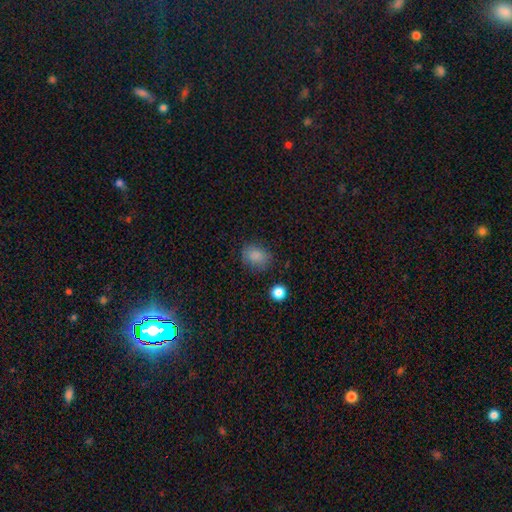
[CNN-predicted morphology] A smooth galaxy with no disk features (83%) that is in between round and cigar-shaped (56%).

Vote fractions:
- Smooth or featured? smooth: 83% / star or artifact: 12% / featured or disk: 6%
- How rounded? in between: 56% / round: 43% / cigar-shaped: 1%
- Merging? none: 73% / minor disturbance: 19% / major disturbance: 6% / merger: 2%